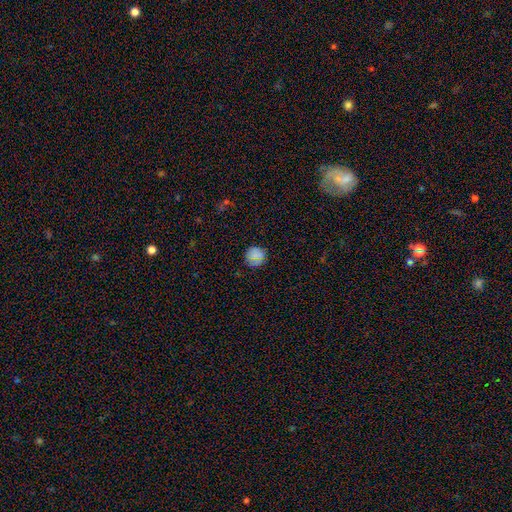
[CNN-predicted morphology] A smooth galaxy with no disk features (77%) that is round (90%). Merging: none (85%).